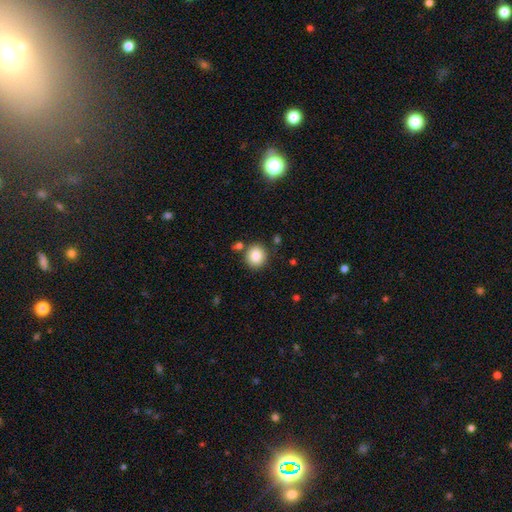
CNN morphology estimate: Overall: smooth (85%). How rounded: round (89%). Merging: none (84%).